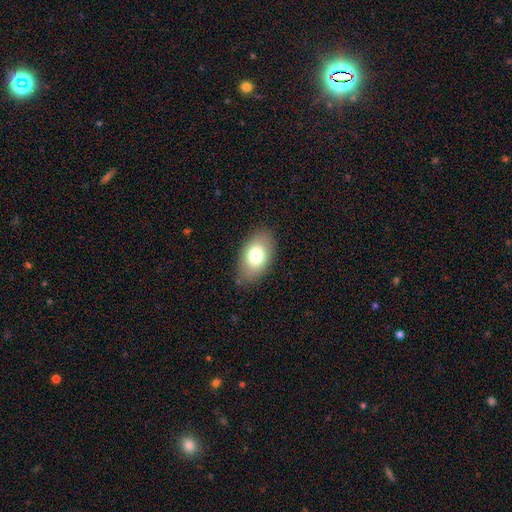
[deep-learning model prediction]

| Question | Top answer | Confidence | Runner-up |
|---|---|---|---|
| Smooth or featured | smooth | 76% | featured or disk (16%) |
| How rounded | in between | 91% | round (8%) |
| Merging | none | 83% | minor disturbance (12%) |